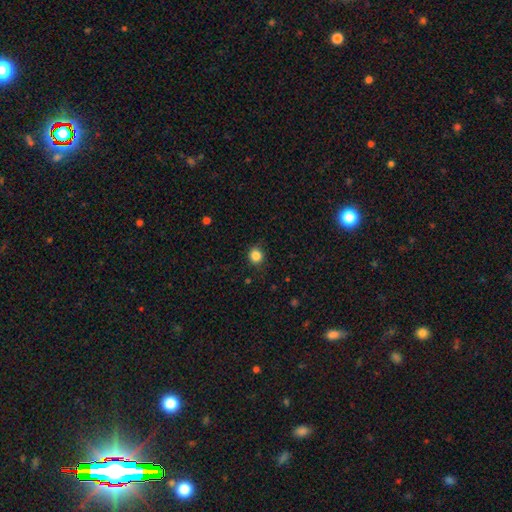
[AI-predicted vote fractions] This is clearly a smooth galaxy (85%). How rounded: clearly round (88%). Merging: clearly none (86%).